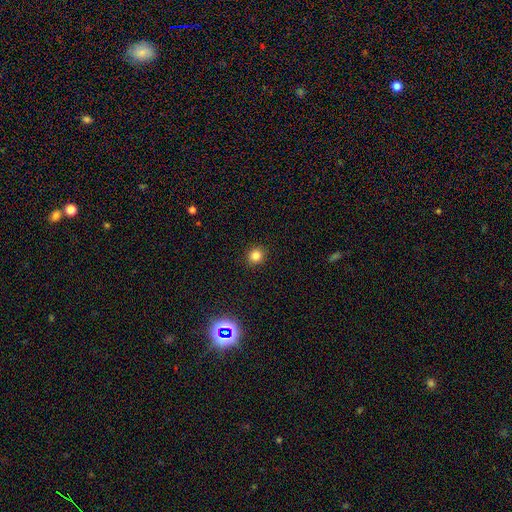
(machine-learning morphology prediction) smooth_or_featured: smooth (p=0.81) [alt: star or artifact p=0.13]
how_rounded: round (p=0.87) [alt: in between p=0.12]
merging: none (p=0.91) [alt: minor disturbance p=0.06]